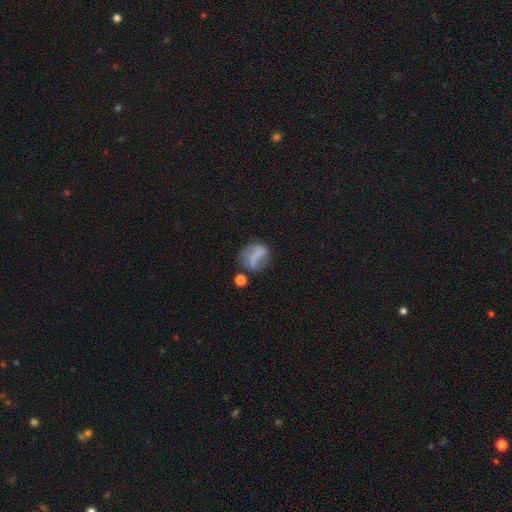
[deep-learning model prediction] A smooth galaxy with no disk features (46%).

Vote fractions:
- Smooth or featured? smooth: 46% / featured or disk: 42% / star or artifact: 12%
- Merging? none: 47% / minor disturbance: 24% / major disturbance: 20% / merger: 10%